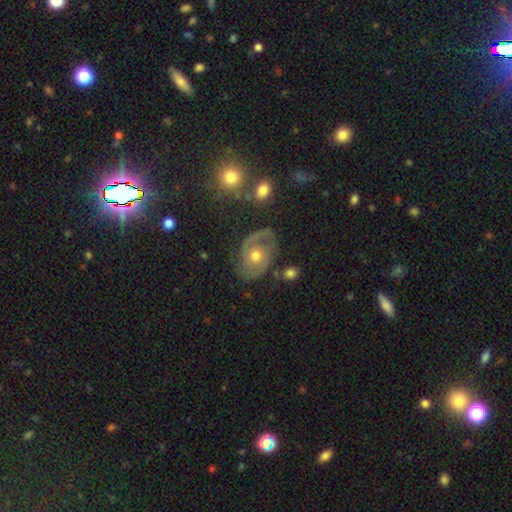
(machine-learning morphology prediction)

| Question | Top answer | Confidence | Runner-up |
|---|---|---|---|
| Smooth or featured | featured or disk | 74% | smooth (18%) |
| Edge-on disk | no | 96% | yes (4%) |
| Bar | no | 76% | weak (19%) |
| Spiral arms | yes | 82% | no (18%) |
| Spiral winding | medium | 41% | tight (40%) |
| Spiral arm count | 2 | 68% | can't tell (13%) |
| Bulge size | moderate | 75% | small (18%) |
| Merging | none | 67% | minor disturbance (20%) |